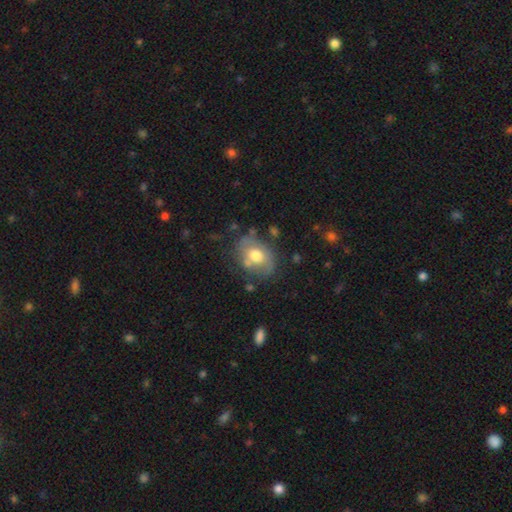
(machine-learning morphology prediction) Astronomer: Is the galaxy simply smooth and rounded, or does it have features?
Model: smooth — 54% (runner-up: featured or disk, 38%).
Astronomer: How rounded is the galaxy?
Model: in between — 65%.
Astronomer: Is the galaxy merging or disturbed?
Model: none — 60%.